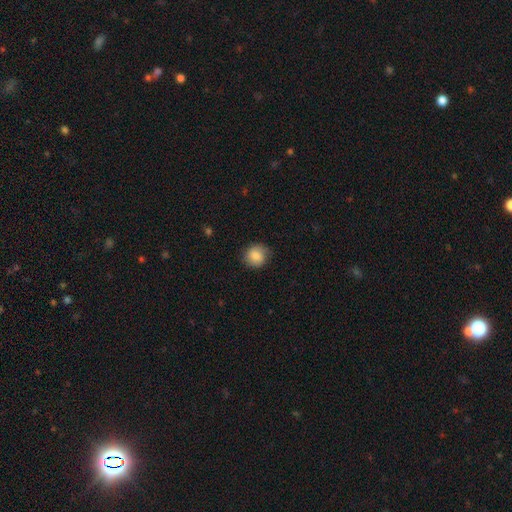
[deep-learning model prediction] The model was most divided on "merging": none: 74%, minor disturbance: 20%, major disturbance: 5%, merger: 1%. More confident: how rounded — round (81%); smooth or featured — smooth (80%).